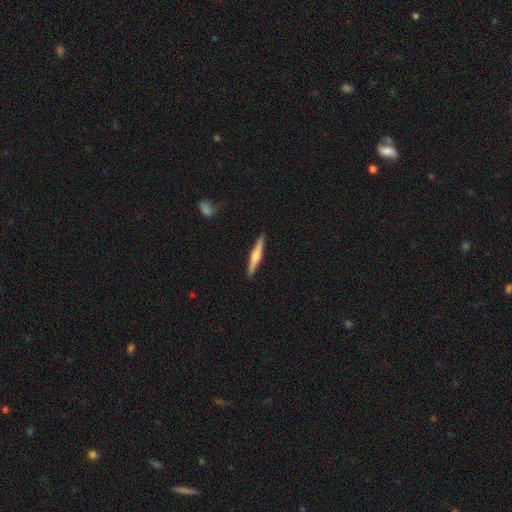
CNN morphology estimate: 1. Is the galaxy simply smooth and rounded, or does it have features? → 59% featured or disk, 36% smooth, 5% star or artifact.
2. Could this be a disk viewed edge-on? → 98% yes, 2% no.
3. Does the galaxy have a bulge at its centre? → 81% rounded, 11% boxy, 8% none.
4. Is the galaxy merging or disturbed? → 91% none, 7% minor disturbance, 1% major disturbance, 1% merger.